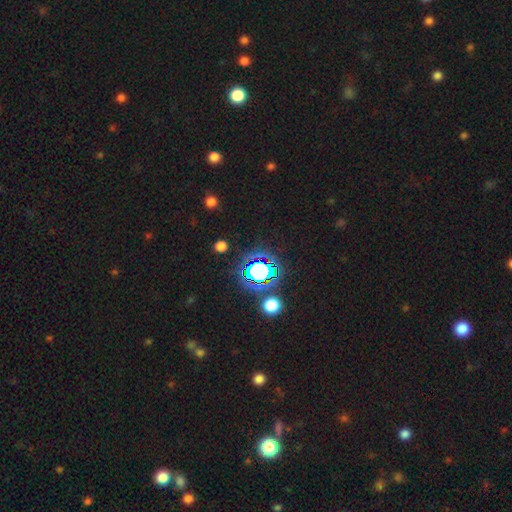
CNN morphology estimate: smooth_or_featured: star or artifact (p=0.81) [alt: smooth p=0.12]